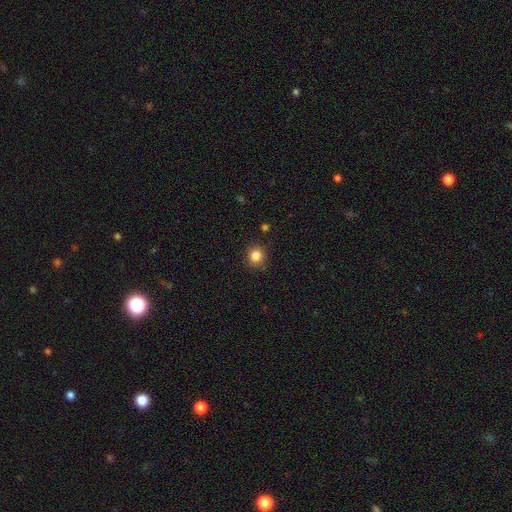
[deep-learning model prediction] The model was most divided on "how rounded": round: 83%, in between: 16%, cigar-shaped: 1%. More confident: merging — none (87%); smooth or featured — smooth (84%).